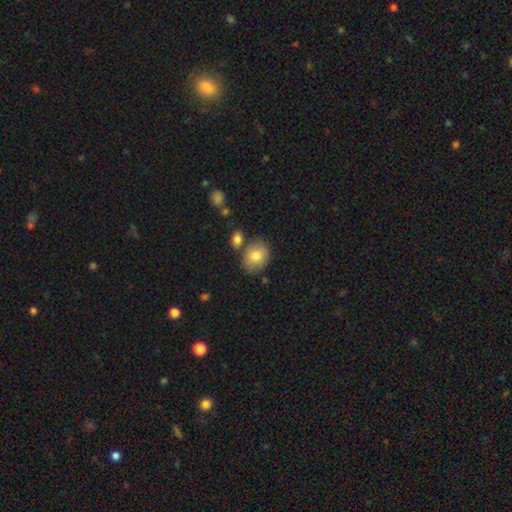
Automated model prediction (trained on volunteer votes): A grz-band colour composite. It shows a smooth galaxy with no disk features (80%) that is round (55%). Merging: none (71%).